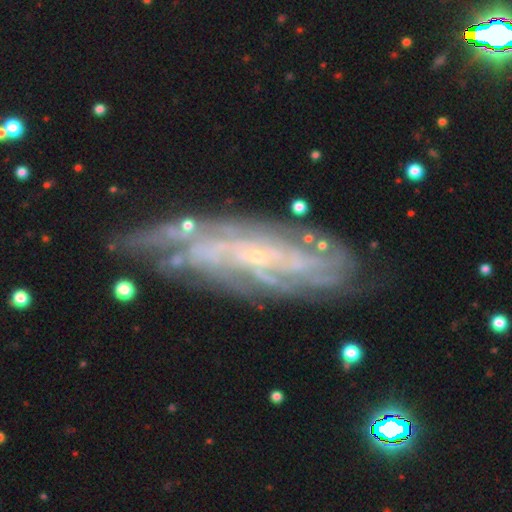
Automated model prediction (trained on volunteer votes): Morphology: type=featured or disk (81%); edge-on=no (79%); bar=no (59%); spiral arms=yes (90%); winding=tight (61%); arm count=can't tell (53%); bulge=small (82%); merging=none (68%).